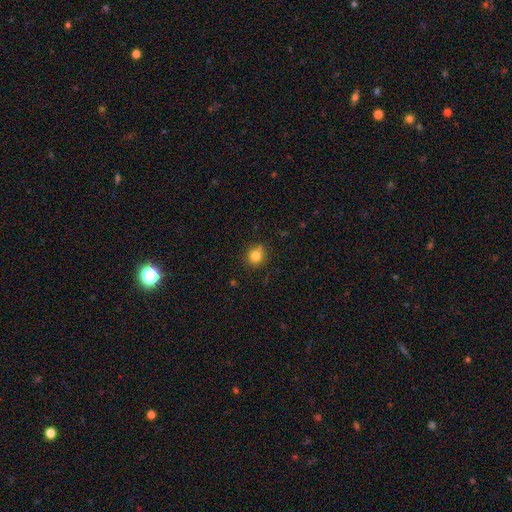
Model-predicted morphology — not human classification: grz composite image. It shows a smooth galaxy with no disk features (82%) that is round (85%). Merging: none (83%).